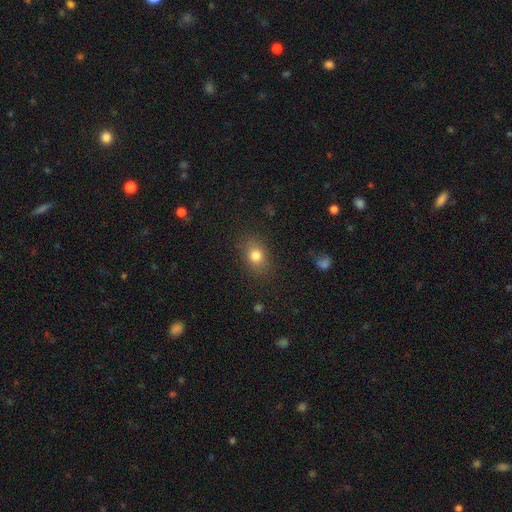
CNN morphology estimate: Smooth or featured: smooth — 80% (star or artifact — 11%)
How rounded: in between — 61% (round — 37%)
Merging: none — 84% (minor disturbance — 11%)